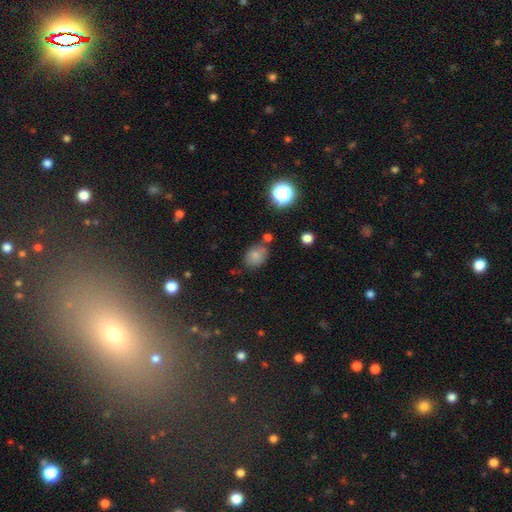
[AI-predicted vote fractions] A smooth galaxy with no disk features (75%) that is in between round and cigar-shaped (64%).

Vote fractions:
- Smooth or featured? smooth: 75% / star or artifact: 15% / featured or disk: 9%
- How rounded? in between: 64% / round: 35% / cigar-shaped: 1%
- Merging? none: 67% / minor disturbance: 17% / merger: 11% / major disturbance: 5%